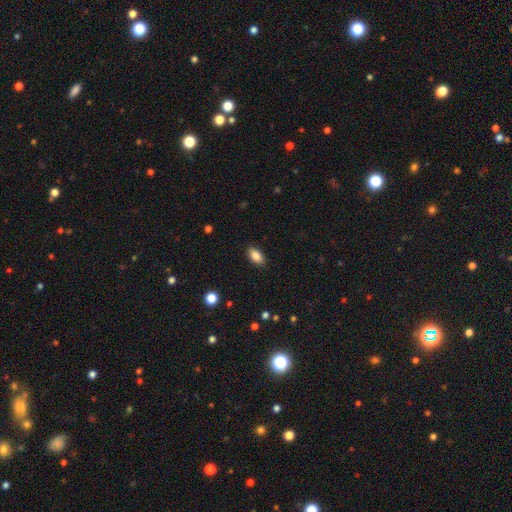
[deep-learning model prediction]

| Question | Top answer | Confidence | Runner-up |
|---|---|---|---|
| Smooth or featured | smooth | 87% | star or artifact (8%) |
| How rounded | in between | 91% | round (7%) |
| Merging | none | 88% | minor disturbance (9%) |